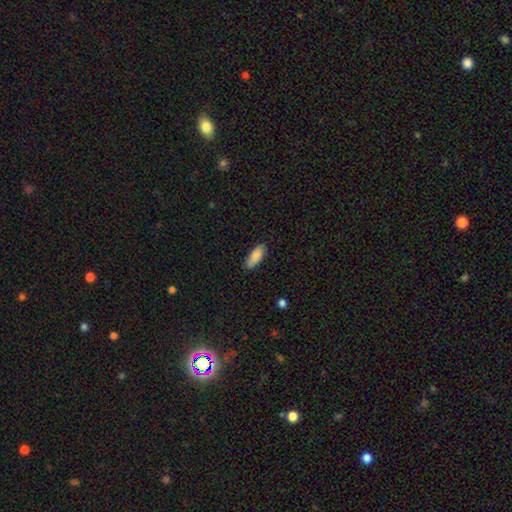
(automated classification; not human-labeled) smooth-or-featured: smooth: 87% | featured or disk: 7% | star or artifact: 6%
  how-rounded: in between: 78% | cigar-shaped: 20% | round: 2%
  merging: none: 83% | minor disturbance: 14% | major disturbance: 2% | merger: 1%